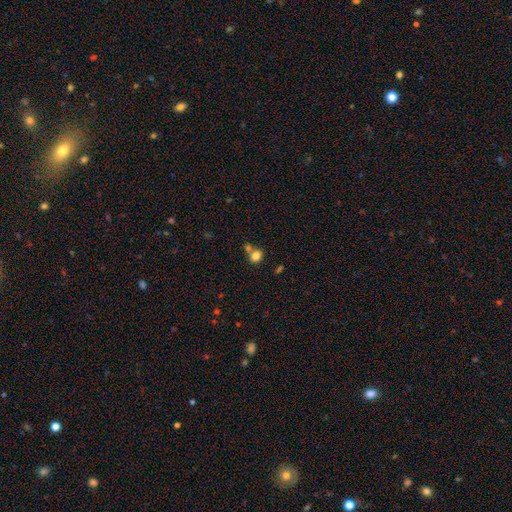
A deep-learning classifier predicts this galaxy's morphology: Overall: smooth (82%). How rounded: round (69%; in between 30%). Merging: none (56%; merger 31%).